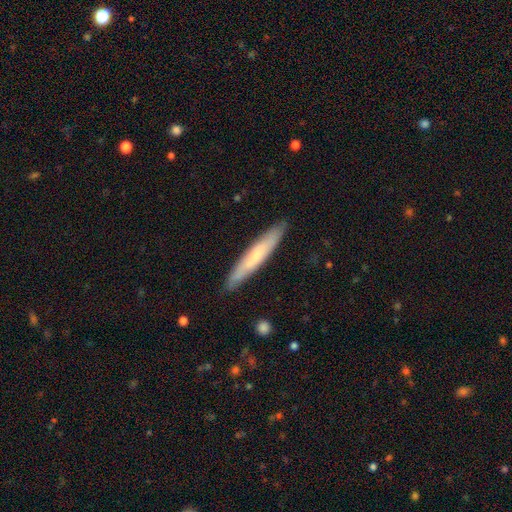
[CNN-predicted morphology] A smooth galaxy with no disk features (60%) that is cigar-shaped (92%).

Vote fractions:
- Smooth or featured? smooth: 60% / featured or disk: 35% / star or artifact: 5%
- How rounded? cigar-shaped: 92% / in between: 6% / round: 1%
- Merging? none: 89% / minor disturbance: 9% / major disturbance: 2% / merger: 1%